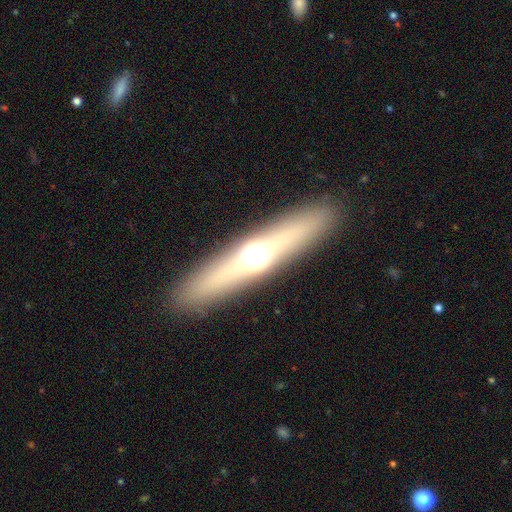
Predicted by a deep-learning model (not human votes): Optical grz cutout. It shows a featured or disk galaxy (53%) viewed edge-on (88%). Merging: none (89%).